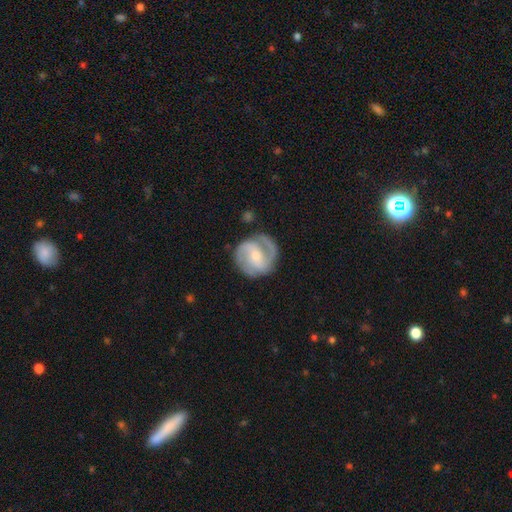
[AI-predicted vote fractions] A featured or disk galaxy (85%) with a weak bar (44%), 2 (70%) medium (50%) spiral arms (96%) and a small central bulge (61%).

Vote fractions:
- Smooth or featured? featured or disk: 85% / smooth: 11% / star or artifact: 5%
- Edge-on disk? no: 98% / yes: 2%
- Bar? weak: 44% / no: 32% / strong: 24%
- Spiral arms? yes: 96% / no: 4%
- Spiral winding? medium: 50% / tight: 36% / loose: 14%
- Spiral arm count? 2: 70% / 3: 14% / can't tell: 7% / 1: 4% / 4: 2% / more than 4: 2%
- Bulge size? small: 61% / moderate: 35% / large: 2% / none: 2% / dominant: 1%
- Merging? none: 78% / minor disturbance: 14% / major disturbance: 6% / merger: 2%